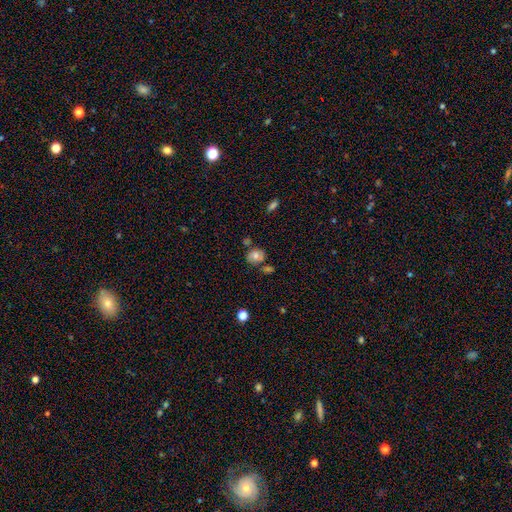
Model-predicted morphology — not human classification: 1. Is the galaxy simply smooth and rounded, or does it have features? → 59% smooth, 31% featured or disk, 10% star or artifact.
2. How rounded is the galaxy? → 61% round, 38% in between, 1% cigar-shaped.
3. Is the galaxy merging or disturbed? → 59% none, 19% minor disturbance, 17% merger, 6% major disturbance.